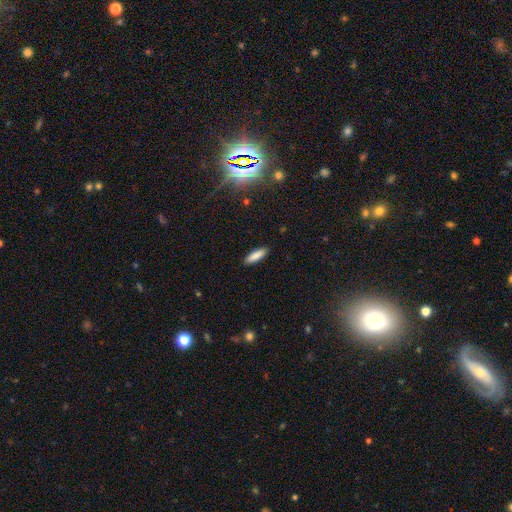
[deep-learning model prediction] Smooth or featured?
  - smooth: 86% *
  - featured or disk: 7%
  - star or artifact: 7%
How rounded?
  - cigar-shaped: 56% *
  - in between: 43%
  - round: 1%
Merging?
  - none: 90% *
  - minor disturbance: 8%
  - major disturbance: 2%
  - merger: 1%